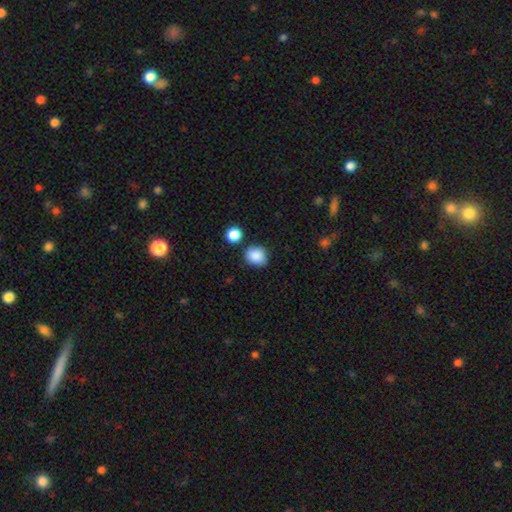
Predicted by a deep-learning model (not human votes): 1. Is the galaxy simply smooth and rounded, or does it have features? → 87% smooth, 9% star or artifact, 4% featured or disk.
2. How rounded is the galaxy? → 68% round, 31% in between, 1% cigar-shaped.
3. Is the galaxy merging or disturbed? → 75% none, 15% minor disturbance, 6% merger, 3% major disturbance.